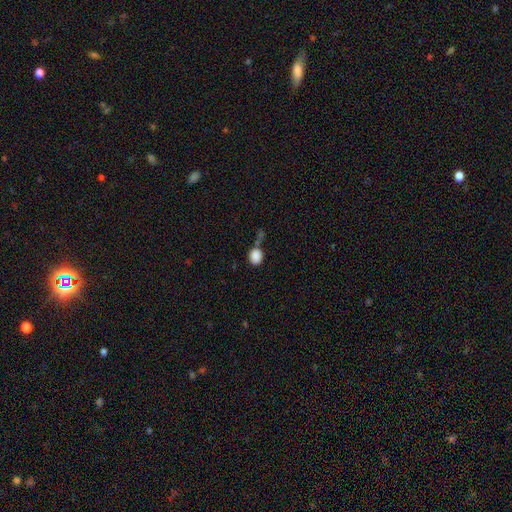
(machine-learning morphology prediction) This appears to be a smooth galaxy with no disk features (86%) that is round (61%). Merging: none (49%).